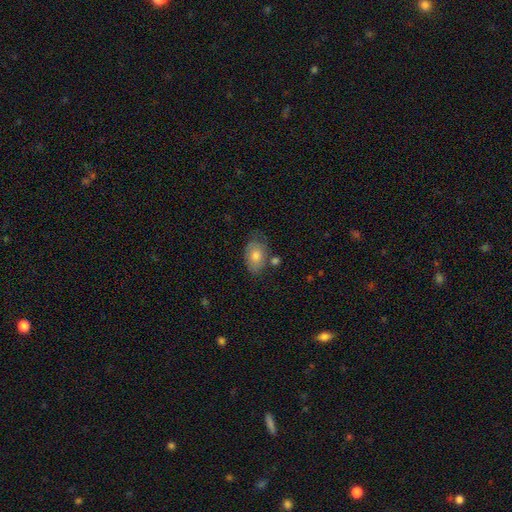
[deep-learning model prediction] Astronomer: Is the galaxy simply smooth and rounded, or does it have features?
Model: smooth — 71%.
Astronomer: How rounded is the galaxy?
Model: in between — 81%.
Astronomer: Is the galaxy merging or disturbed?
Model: none — 62%.